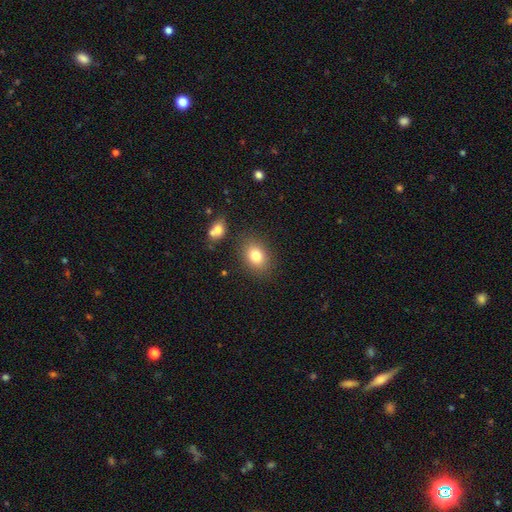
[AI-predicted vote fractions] Smooth or featured? Predicted: smooth (p=0.80). How rounded? Predicted: in between (p=0.63). Merging? Predicted: none (p=0.83).